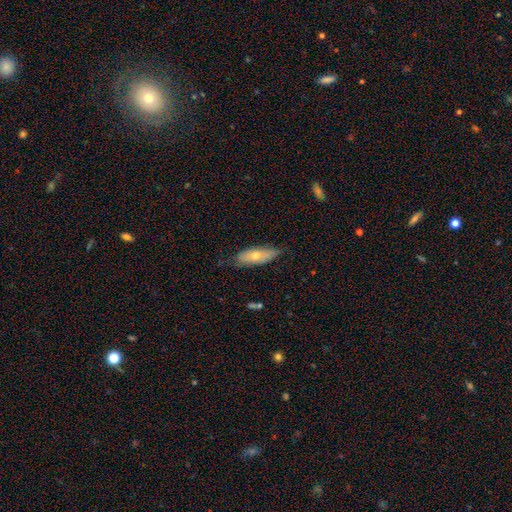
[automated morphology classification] This appears to be a smooth galaxy with no disk features (56%) that is in between round and cigar-shaped (55%). Merging: none (73%).